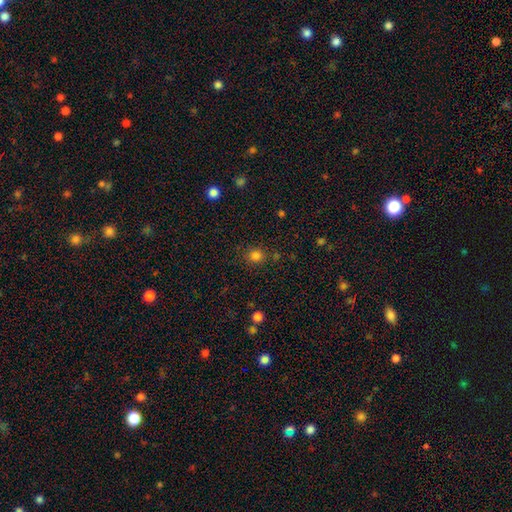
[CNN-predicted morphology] type=smooth (81%); roundness=round (82%); merging=none (82%).